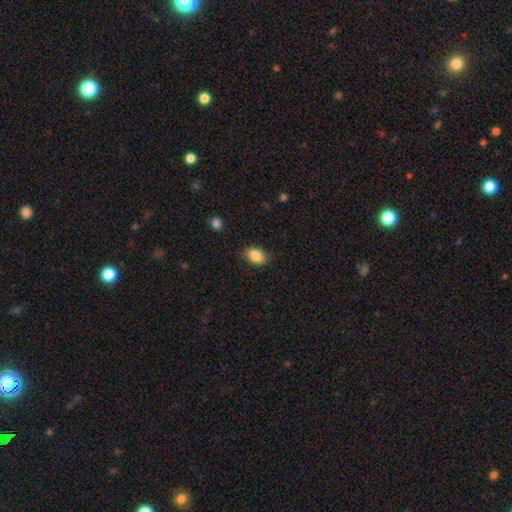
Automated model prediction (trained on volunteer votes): smooth-or-featured: smooth: 86% | star or artifact: 8% | featured or disk: 6%
  how-rounded: in between: 82% | round: 16% | cigar-shaped: 1%
  merging: none: 84% | minor disturbance: 13% | major disturbance: 3% | merger: 1%